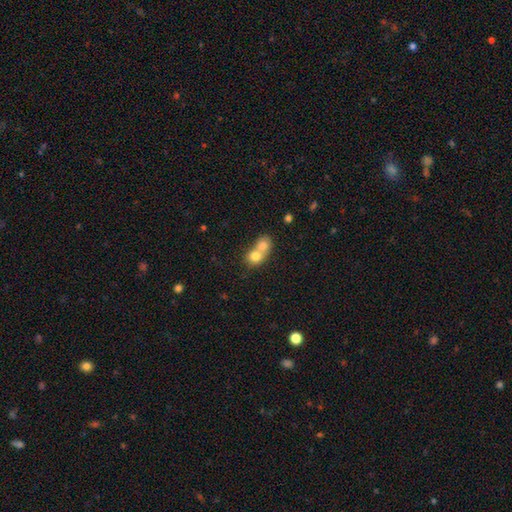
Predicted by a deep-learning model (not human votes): smooth-or-featured: smooth: 74% | featured or disk: 17% | star or artifact: 9%
  how-rounded: round: 68% | in between: 31% | cigar-shaped: 1%
  merging: merger: 74% | none: 20% | minor disturbance: 4% | major disturbance: 2%